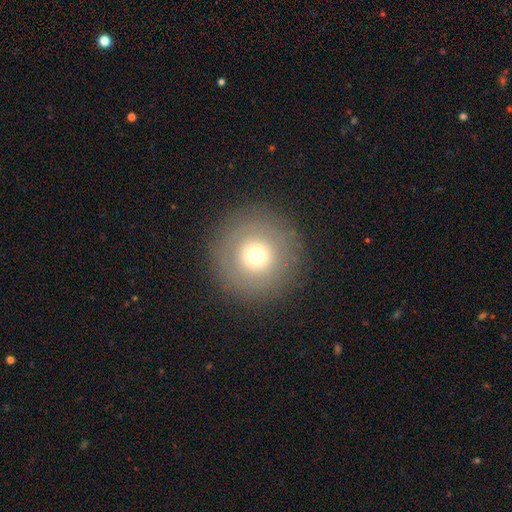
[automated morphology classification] smooth-or-featured: smooth: 63% | featured or disk: 25% | star or artifact: 13%
  how-rounded: round: 96% | in between: 3% | cigar-shaped: 1%
  merging: none: 88% | minor disturbance: 7% | major disturbance: 4% | merger: 1%